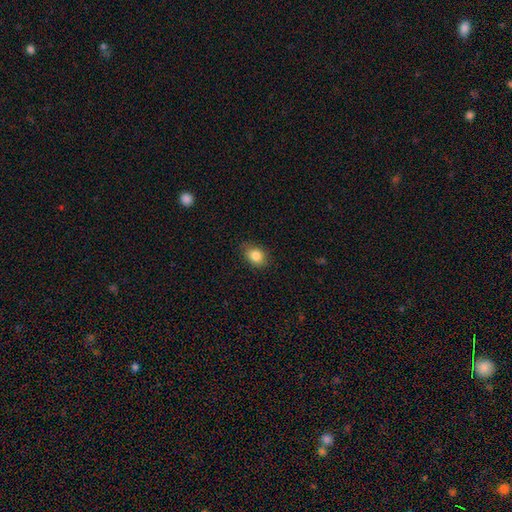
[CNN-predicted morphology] Overall: smooth (84%). How rounded: in between (65%; round 33%). Merging: none (82%).